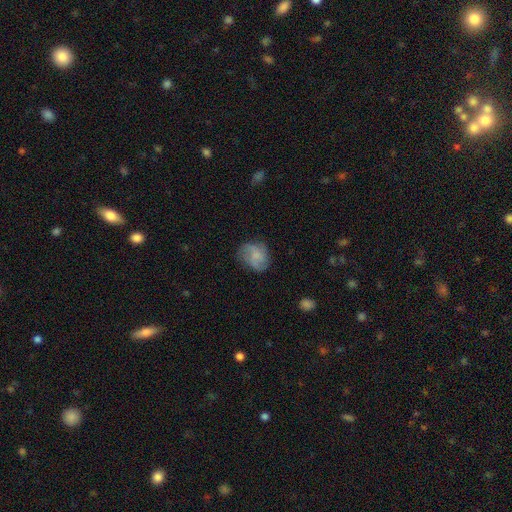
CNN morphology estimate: This is possibly a smooth galaxy (52%). How rounded: possibly round (51%). Merging: likely none (61%).